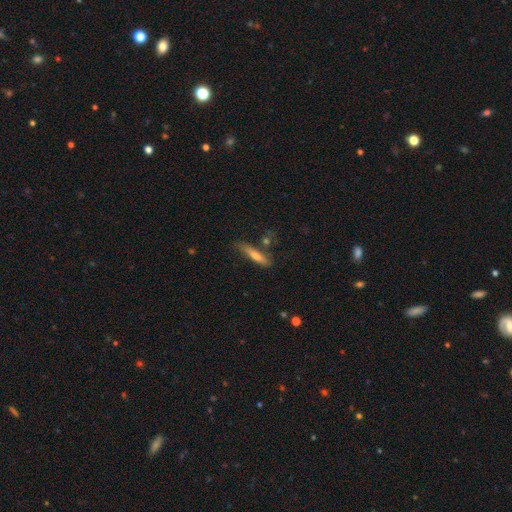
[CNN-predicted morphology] Smooth or featured: smooth — 59% (featured or disk — 34%)
How rounded: cigar-shaped — 88% (in between — 10%)
Merging: none — 72% (minor disturbance — 18%)